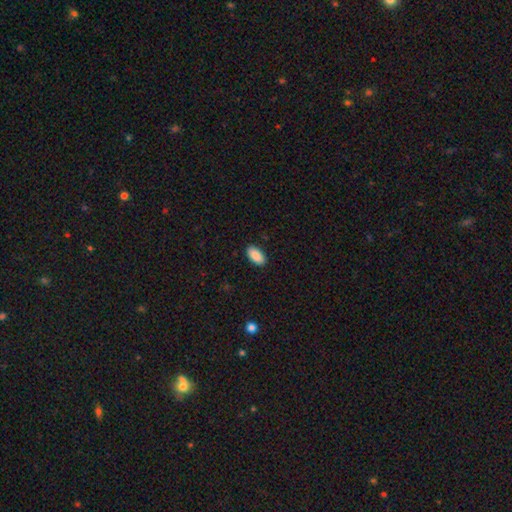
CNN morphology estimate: Smooth or featured? Predicted: smooth (p=0.90). How rounded? Predicted: in between (p=0.95). Merging? Predicted: none (p=0.89).